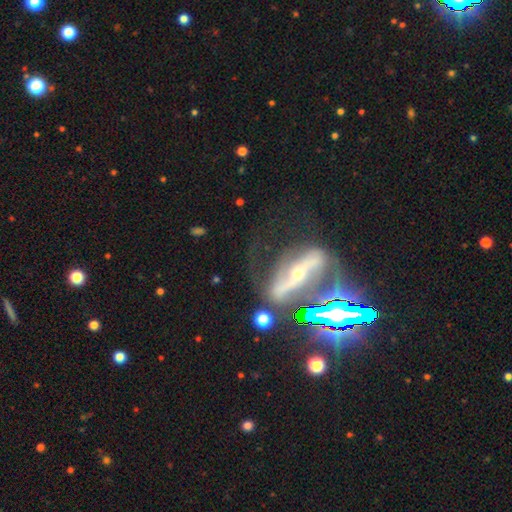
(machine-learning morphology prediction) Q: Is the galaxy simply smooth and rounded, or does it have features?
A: featured or disk — 61%.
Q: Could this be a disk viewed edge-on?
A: no — 66%.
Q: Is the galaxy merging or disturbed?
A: none — 38%.